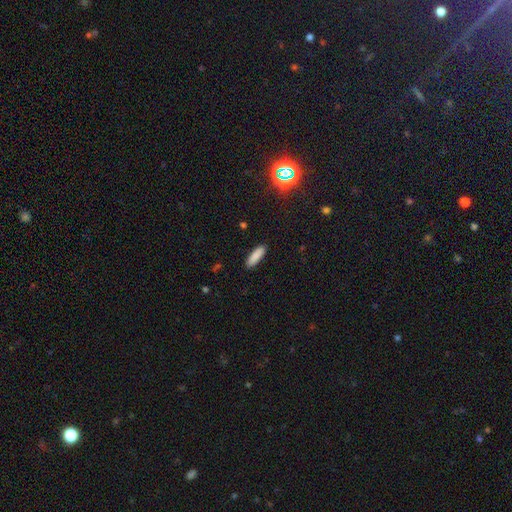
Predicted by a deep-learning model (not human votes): This is clearly a smooth galaxy (88%). How rounded: likely cigar-shaped (60%). Merging: clearly none (90%).